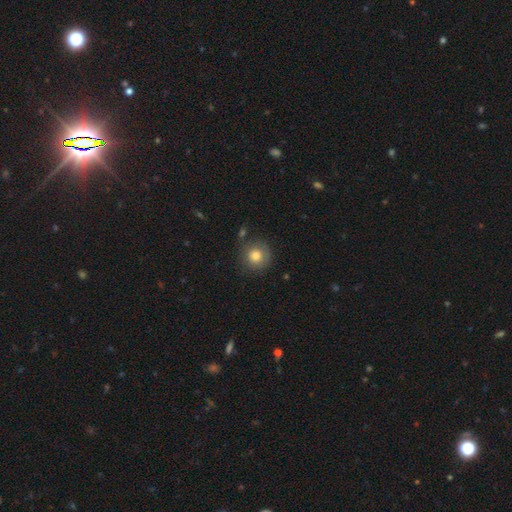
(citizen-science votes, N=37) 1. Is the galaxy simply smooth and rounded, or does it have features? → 86% smooth, 8% featured or disk, 5% star or artifact.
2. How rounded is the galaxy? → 94% round, 3% in between, 3% cigar-shaped.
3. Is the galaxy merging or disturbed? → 77% none, 14% minor disturbance, 9% merger, 0% major disturbance.